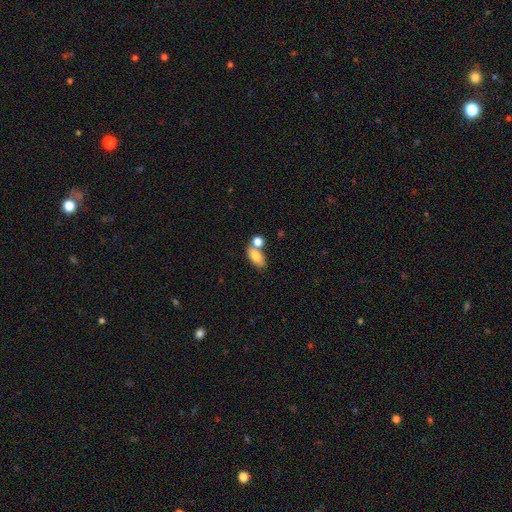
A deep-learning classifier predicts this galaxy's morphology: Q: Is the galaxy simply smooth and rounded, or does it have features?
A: smooth — 81%.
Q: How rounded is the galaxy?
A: in between — 86%.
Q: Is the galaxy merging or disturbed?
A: none — 49%.